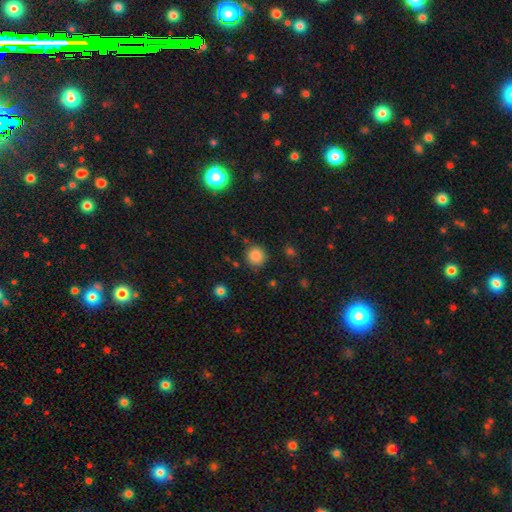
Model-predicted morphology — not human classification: smooth_or_featured: smooth (p=0.86) [alt: star or artifact p=0.11]
how_rounded: round (p=0.93) [alt: in between p=0.07]
merging: none (p=0.86) [alt: minor disturbance p=0.09]